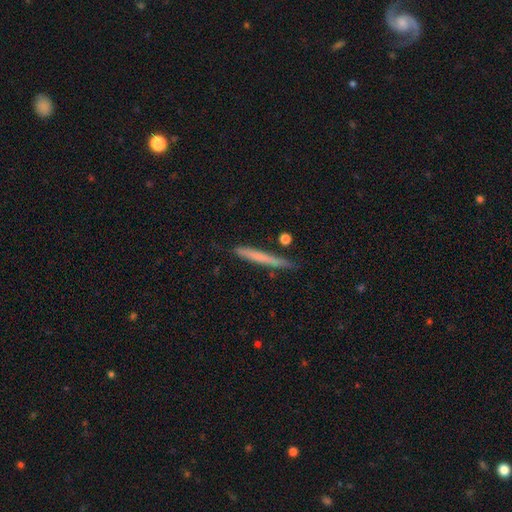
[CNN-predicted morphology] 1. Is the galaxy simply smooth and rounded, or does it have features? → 62% smooth, 32% featured or disk, 7% star or artifact.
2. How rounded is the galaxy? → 96% cigar-shaped, 2% in between, 1% round.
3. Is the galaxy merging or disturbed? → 83% none, 12% minor disturbance, 3% merger, 2% major disturbance.